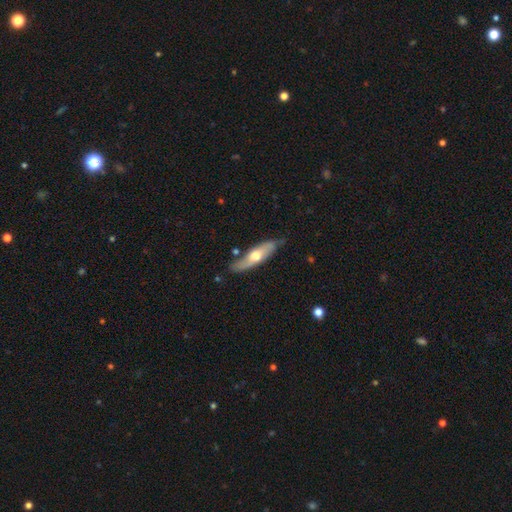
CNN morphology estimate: Overall: featured or disk (51%; smooth 44%). Edge-on disk: yes (65%; no 35%). Merging: none (75%).